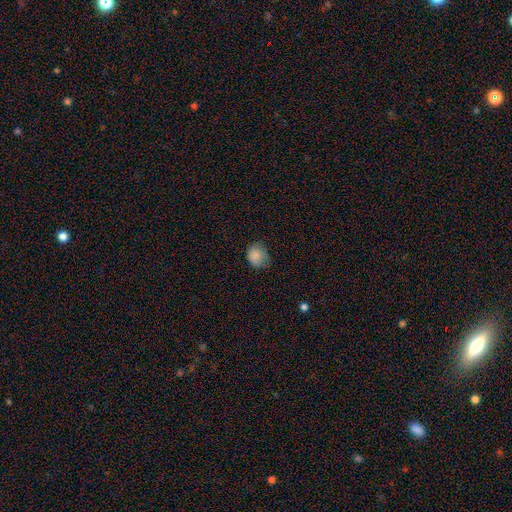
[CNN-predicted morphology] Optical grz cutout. It shows a smooth galaxy with no disk features (85%) that is round (62%). Merging: none (60%).